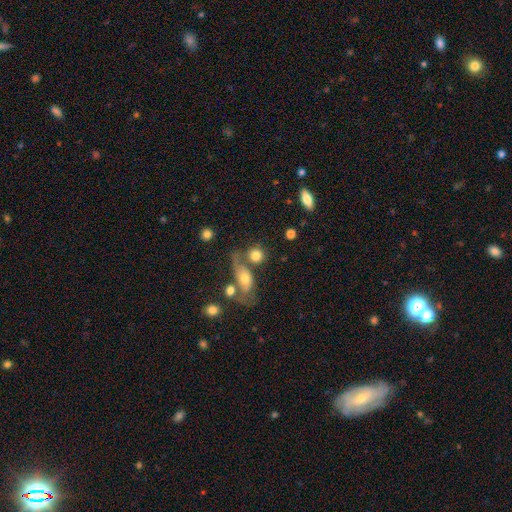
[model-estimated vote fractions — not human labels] smooth 77%, featured or disk 14%, star or artifact 10%. Down the decision tree: how rounded — round (77%); merging — none (48%).